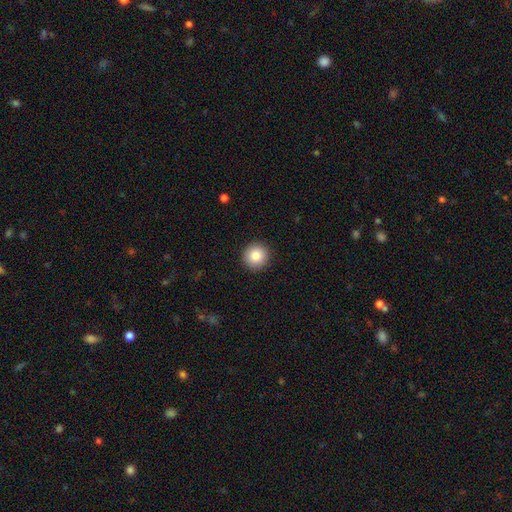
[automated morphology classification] The model was most divided on "smooth or featured": smooth: 85%, star or artifact: 9%, featured or disk: 6%. More confident: how rounded — round (95%); merging — none (93%).